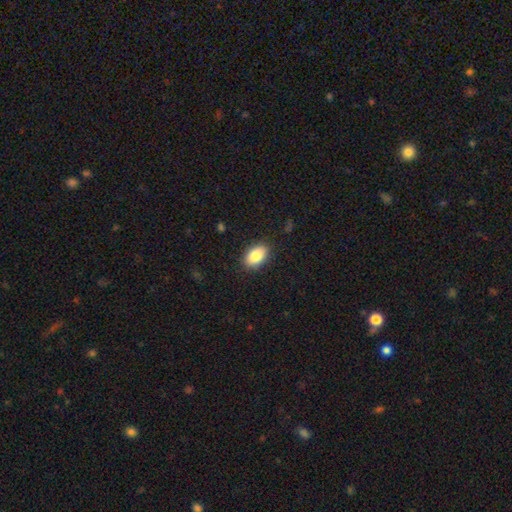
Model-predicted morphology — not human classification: This is clearly a smooth galaxy (85%). How rounded: clearly in between (90%). Merging: clearly none (88%).